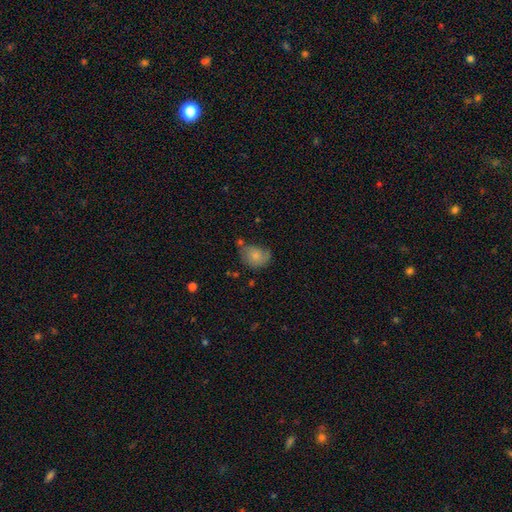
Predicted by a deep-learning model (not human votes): smooth-or-featured: smooth: 73% | featured or disk: 19% | star or artifact: 8%
  how-rounded: in between: 56% | round: 43% | cigar-shaped: 1%
  merging: none: 46% | minor disturbance: 32% | major disturbance: 12% | merger: 9%